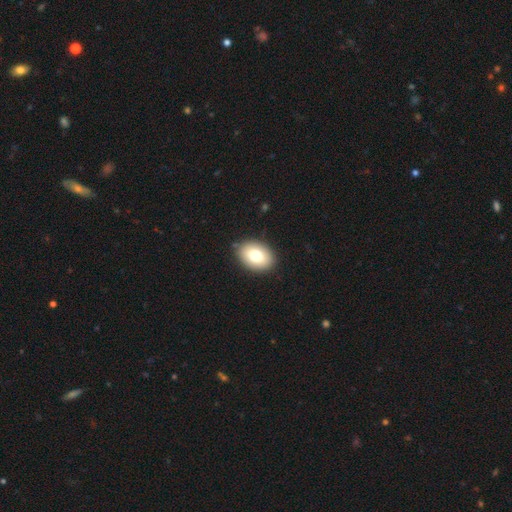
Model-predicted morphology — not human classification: type=smooth (77%); roundness=in between (80%); merging=none (88%).